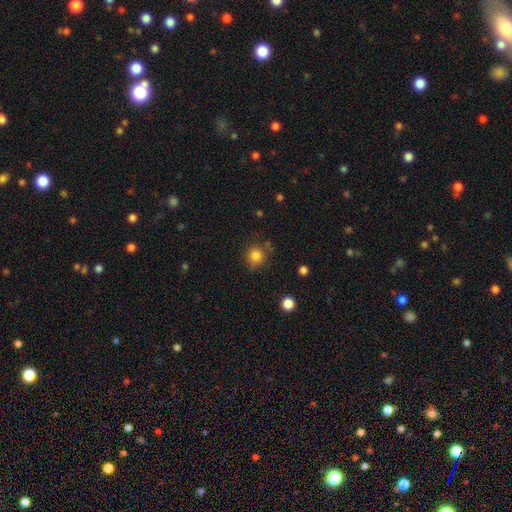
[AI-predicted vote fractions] Smooth or featured: smooth — 82% (star or artifact — 11%)
How rounded: round — 87% (in between — 12%)
Merging: none — 77% (minor disturbance — 15%)